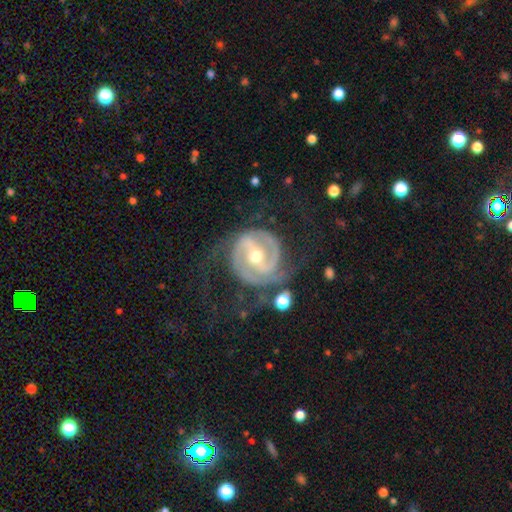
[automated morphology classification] type=featured or disk (90%); edge-on=no (97%); bar=strong (40%); spiral arms=yes (97%); winding=tight (50%); arm count=2 (70%); bulge=moderate (59%); merging=none (61%).